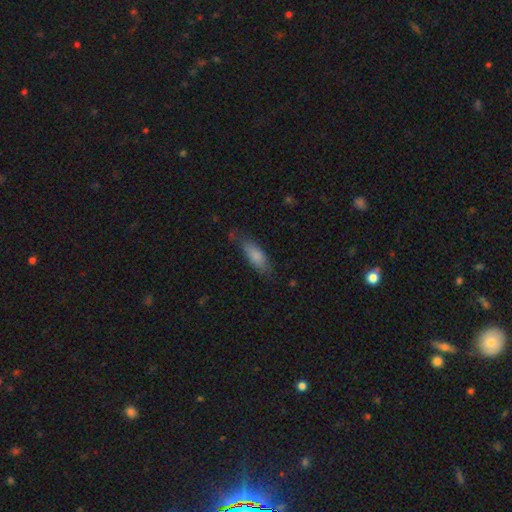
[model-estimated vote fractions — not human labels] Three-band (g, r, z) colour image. It shows a smooth galaxy with no disk features (81%) that is in between round and cigar-shaped (59%). Merging: none (68%).